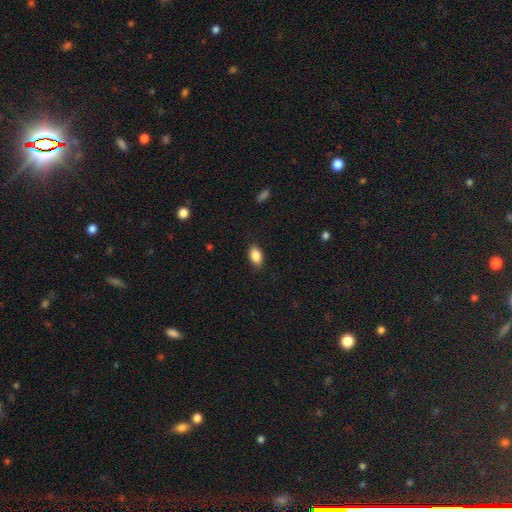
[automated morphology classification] Smooth or featured: smooth — 87% (star or artifact — 8%)
How rounded: in between — 90% (round — 8%)
Merging: none — 87% (minor disturbance — 10%)